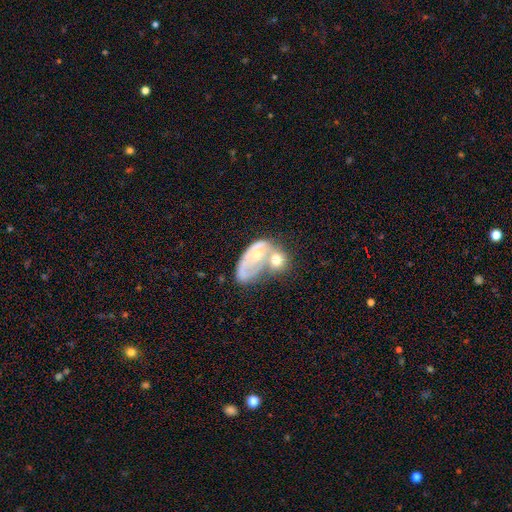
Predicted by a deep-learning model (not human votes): Smooth or featured?
  - featured or disk: 58% *
  - smooth: 34%
  - star or artifact: 9%
Edge-on disk?
  - no: 95% *
  - yes: 5%
Bar?
  - no: 82% *
  - weak: 14%
  - strong: 4%
Spiral arms?
  - no: 59% *
  - yes: 41%
Bulge size?
  - small: 53% *
  - moderate: 36%
  - none: 7%
  - large: 3%
  - dominant: 2%
Merging?
  - merger: 54% *
  - none: 17%
  - major disturbance: 15%
  - minor disturbance: 13%